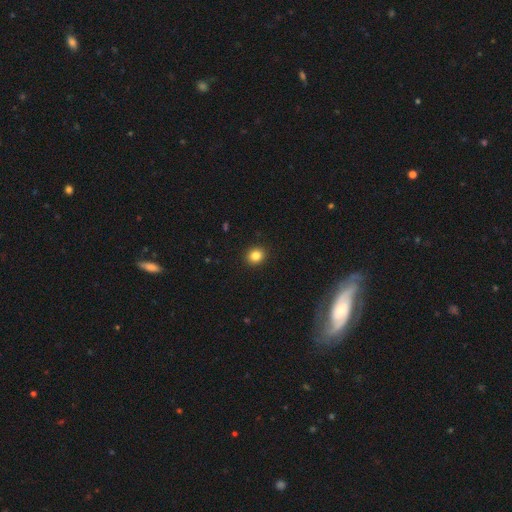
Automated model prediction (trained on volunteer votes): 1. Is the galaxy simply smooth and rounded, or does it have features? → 84% smooth, 11% star or artifact, 5% featured or disk.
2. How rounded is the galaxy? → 80% round, 19% in between, 1% cigar-shaped.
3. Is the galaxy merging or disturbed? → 92% none, 5% minor disturbance, 2% major disturbance, 1% merger.